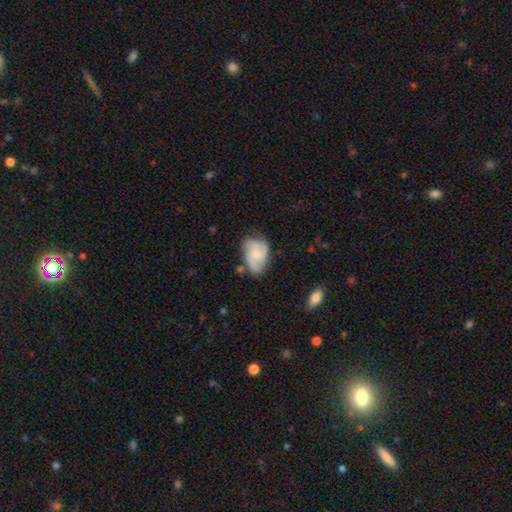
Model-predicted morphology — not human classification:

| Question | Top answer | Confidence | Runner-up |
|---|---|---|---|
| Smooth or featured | featured or disk | 55% | smooth (37%) |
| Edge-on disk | no | 98% | yes (2%) |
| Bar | no | 73% | weak (23%) |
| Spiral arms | yes | 87% | no (13%) |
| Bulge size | small | 43% | none (32%) |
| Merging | none | 52% | minor disturbance (29%) |